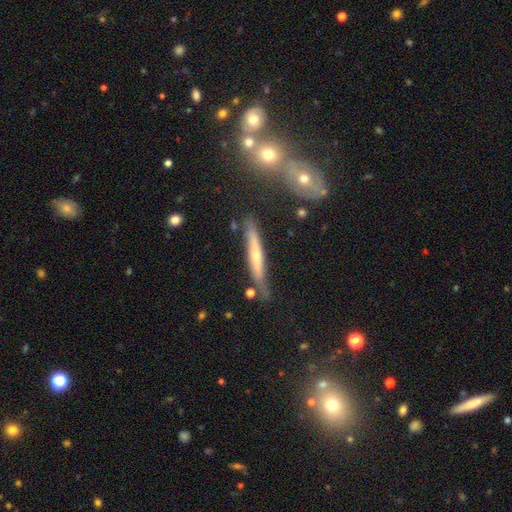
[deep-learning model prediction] smooth_or_featured: featured or disk (p=0.59) [alt: smooth p=0.34]
disk_edge_on: yes (p=0.89) [alt: no p=0.11]
edge_on_bulge: rounded (p=0.61) [alt: none p=0.33]
merging: none (p=0.71) [alt: minor disturbance p=0.20]